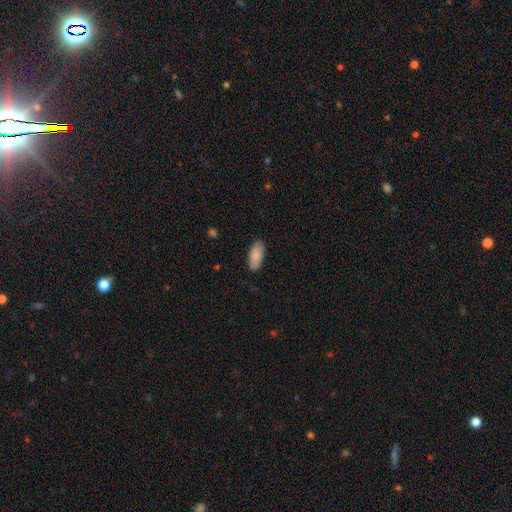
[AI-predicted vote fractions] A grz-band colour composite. It shows a smooth galaxy with no disk features (87%) that is in between round and cigar-shaped (90%). Merging: none (87%).